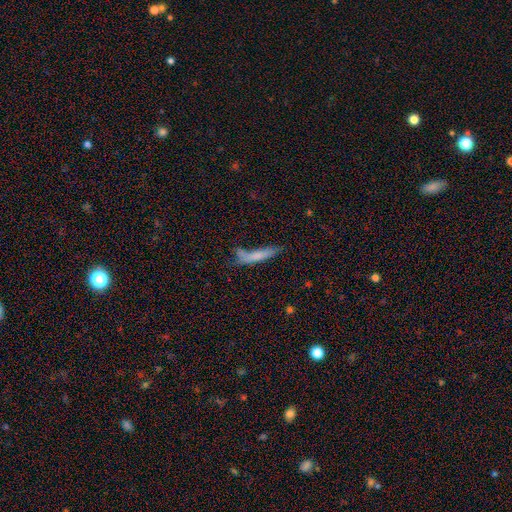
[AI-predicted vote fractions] Smooth or featured: smooth — 67% (featured or disk — 23%)
How rounded: cigar-shaped — 86% (in between — 12%)
Merging: none — 51% (minor disturbance — 24%)